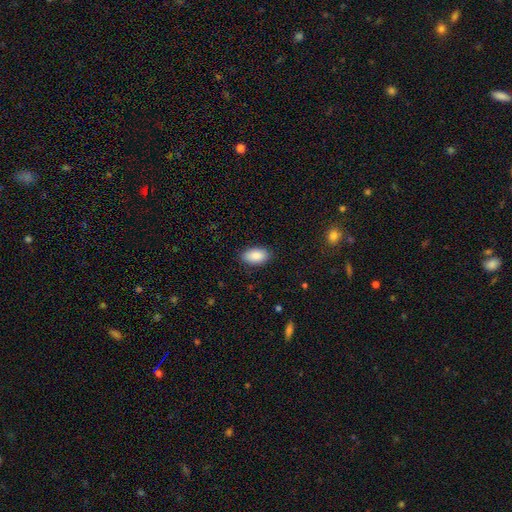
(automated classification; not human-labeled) smooth_or_featured: smooth (p=0.89) [alt: star or artifact p=0.06]
how_rounded: in between (p=0.95) [alt: round p=0.03]
merging: none (p=0.88) [alt: minor disturbance p=0.09]